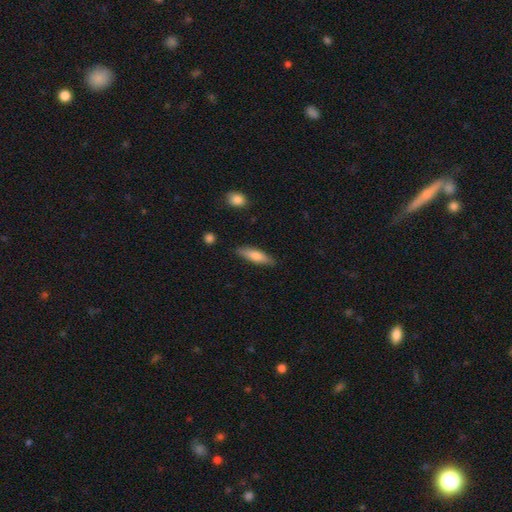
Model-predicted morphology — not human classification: Q: Smooth or featured?
A: smooth (70%); runner-up: featured or disk (24%)
Q: How rounded?
A: cigar-shaped (66%); runner-up: in between (32%)
Q: Merging?
A: none (85%); runner-up: minor disturbance (11%)